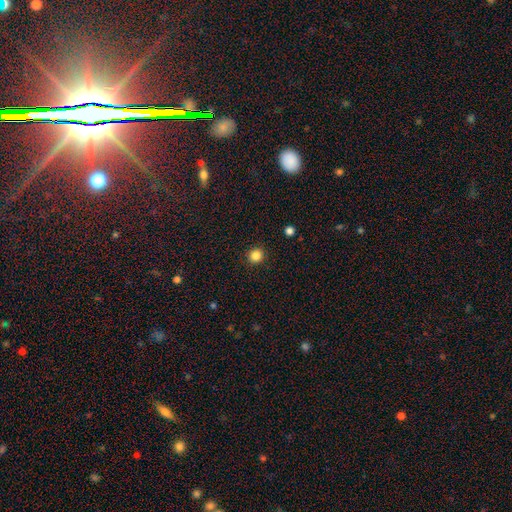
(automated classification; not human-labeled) This is clearly a smooth galaxy (85%). How rounded: clearly round (93%). Merging: clearly none (92%).